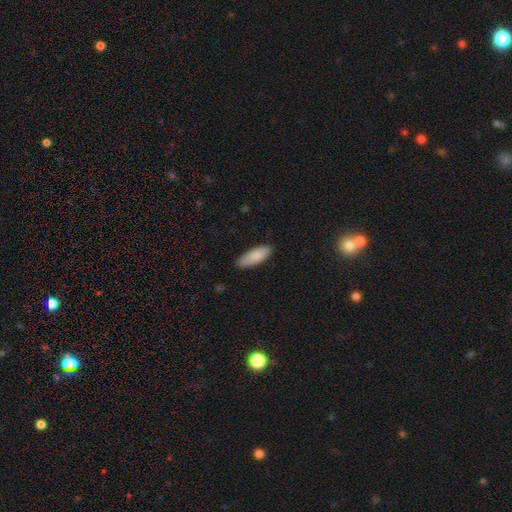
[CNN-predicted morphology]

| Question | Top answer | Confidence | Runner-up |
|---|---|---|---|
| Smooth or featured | smooth | 88% | featured or disk (7%) |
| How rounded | in between | 67% | cigar-shaped (32%) |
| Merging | none | 85% | minor disturbance (12%) |